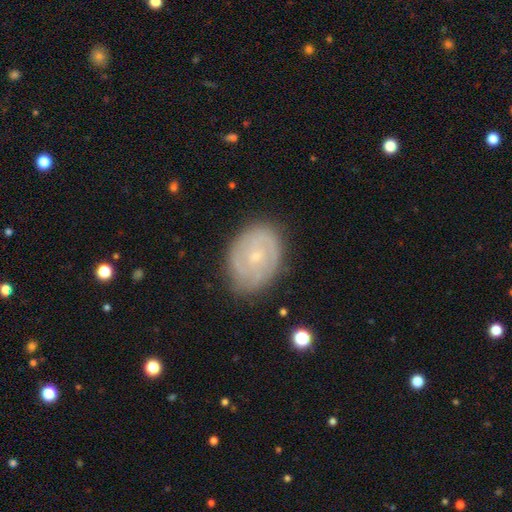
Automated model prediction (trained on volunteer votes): Morphology: type=featured or disk (66%); edge-on=no (96%); bar=no (70%); spiral arms=yes (79%); winding=tight (61%); arm count=2 (43%); bulge=small (72%); merging=none (78%).